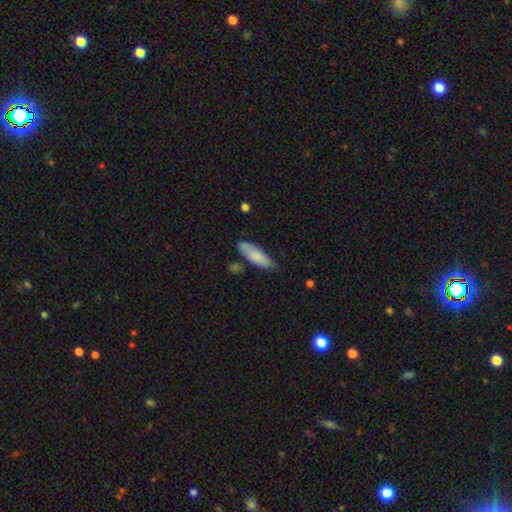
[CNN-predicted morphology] This is likely a smooth galaxy (78%). How rounded: possibly cigar-shaped (50%). Merging: likely none (69%).